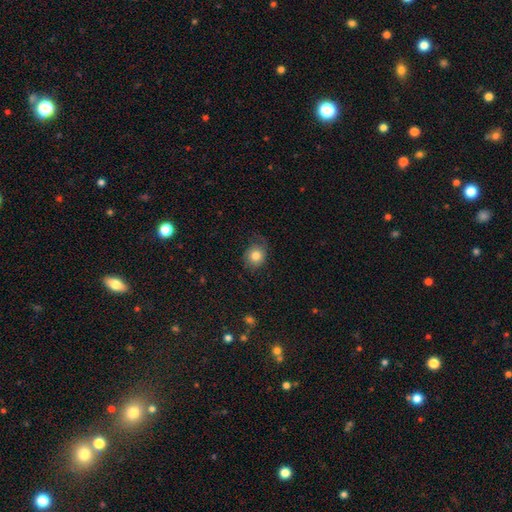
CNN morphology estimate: smooth_or_featured: smooth (p=0.77) [alt: featured or disk p=0.14]
how_rounded: round (p=0.70) [alt: in between p=0.29]
merging: none (p=0.61) [alt: minor disturbance p=0.26]